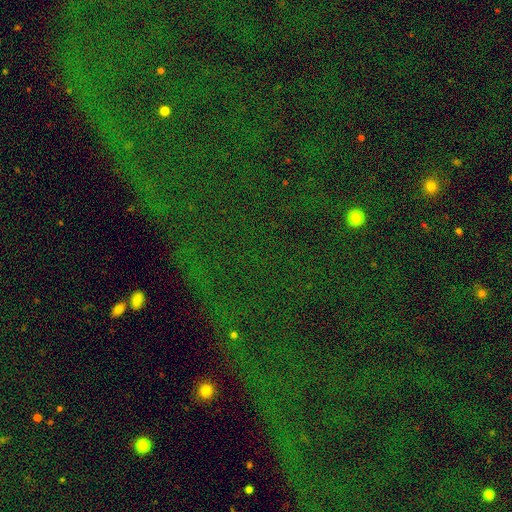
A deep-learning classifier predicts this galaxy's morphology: Smooth or featured?
  - star or artifact: 83% *
  - smooth: 9%
  - featured or disk: 8%